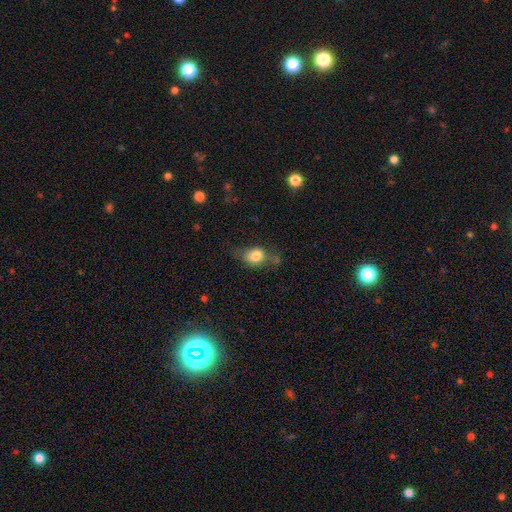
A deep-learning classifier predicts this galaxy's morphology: type=smooth (76%); roundness=in between (58%); merging=none (48%).